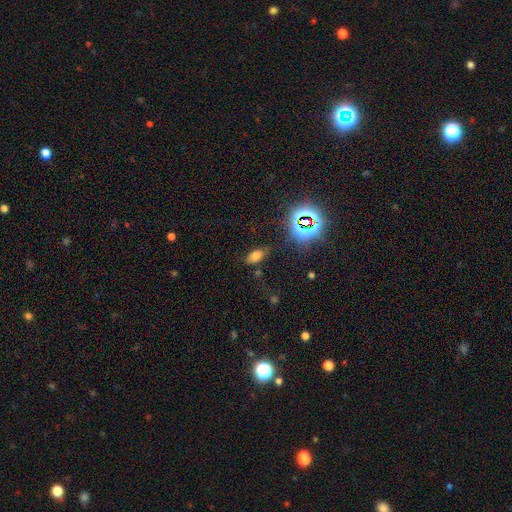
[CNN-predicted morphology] Smooth or featured?
  - smooth: 65% *
  - star or artifact: 26%
  - featured or disk: 9%
How rounded?
  - in between: 90% *
  - round: 7%
  - cigar-shaped: 4%
Merging?
  - none: 78% *
  - minor disturbance: 14%
  - major disturbance: 5%
  - merger: 3%